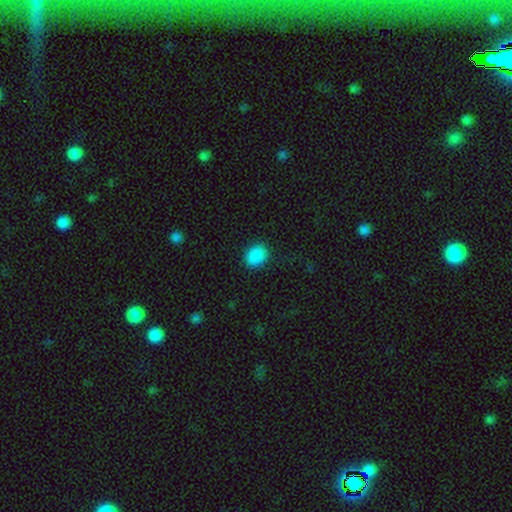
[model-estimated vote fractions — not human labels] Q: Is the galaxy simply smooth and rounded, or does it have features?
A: smooth — 89%.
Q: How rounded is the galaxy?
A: in between — 57%.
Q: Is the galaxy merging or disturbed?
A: none — 88%.